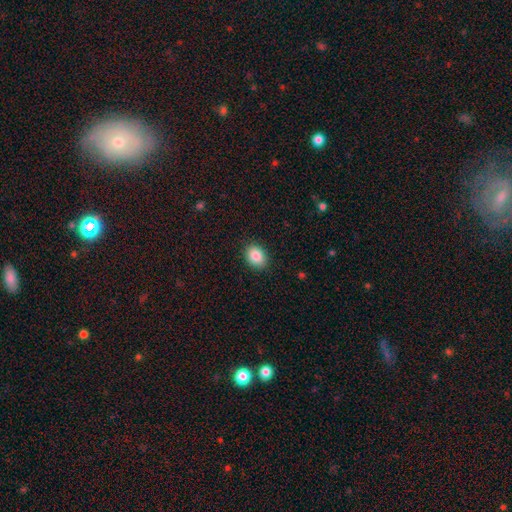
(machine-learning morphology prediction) smooth-or-featured: smooth: 87% | star or artifact: 8% | featured or disk: 5%
  how-rounded: in between: 64% | round: 35% | cigar-shaped: 1%
  merging: none: 89% | minor disturbance: 8% | major disturbance: 2% | merger: 1%